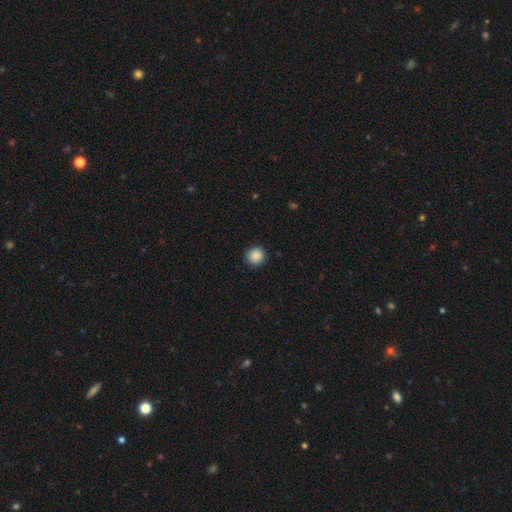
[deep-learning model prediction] A smooth galaxy with no disk features (89%) that is round (94%).

Vote fractions:
- Smooth or featured? smooth: 89% / star or artifact: 9% / featured or disk: 3%
- How rounded? round: 94% / in between: 5% / cigar-shaped: 1%
- Merging? none: 91% / minor disturbance: 6% / major disturbance: 2% / merger: 1%